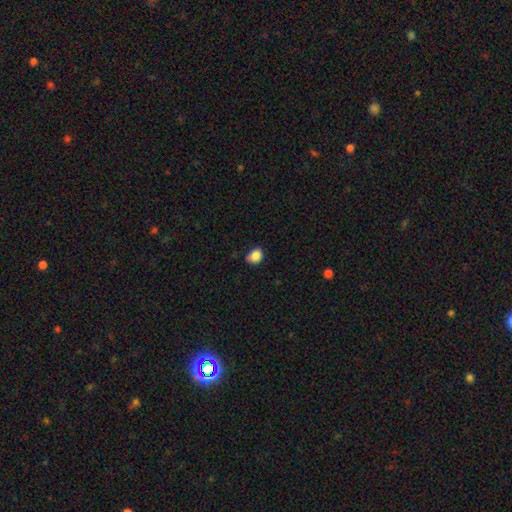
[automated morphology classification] smooth 86%, star or artifact 9%, featured or disk 5%. Down the decision tree: how rounded — in between (59%); merging — none (68%).